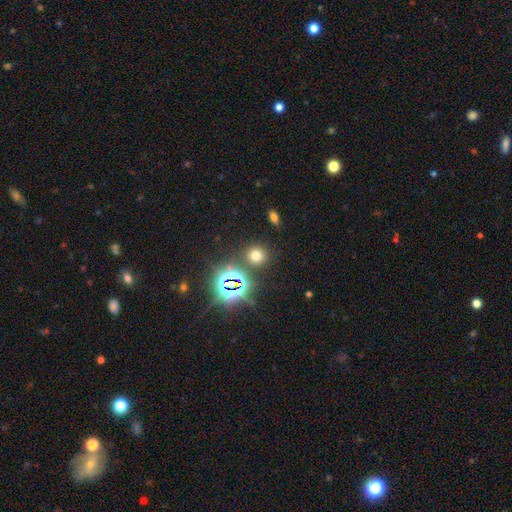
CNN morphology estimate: smooth 64%, star or artifact 29%, featured or disk 7%. Down the decision tree: how rounded — round (84%); merging — none (84%).